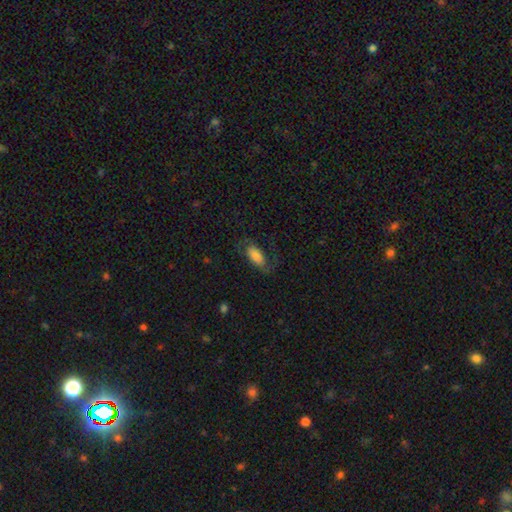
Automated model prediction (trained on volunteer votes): A smooth galaxy with no disk features (63%) that is in between round and cigar-shaped (90%). Merging: none (61%).